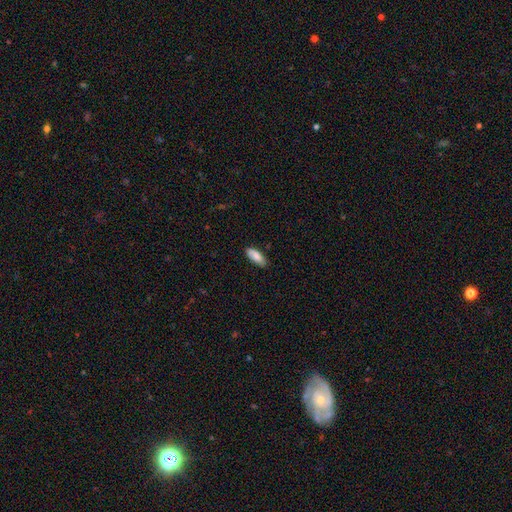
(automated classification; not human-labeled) Smooth or featured? Predicted: smooth (p=0.82). How rounded? Predicted: in between (p=0.78). Merging? Predicted: none (p=0.79).